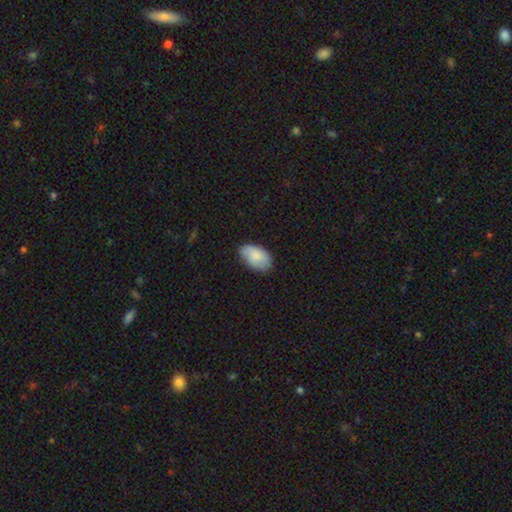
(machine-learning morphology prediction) The model was most divided on "merging": none: 68%, minor disturbance: 26%, major disturbance: 5%, merger: 1%. More confident: how rounded — in between (94%); smooth or featured — smooth (80%).